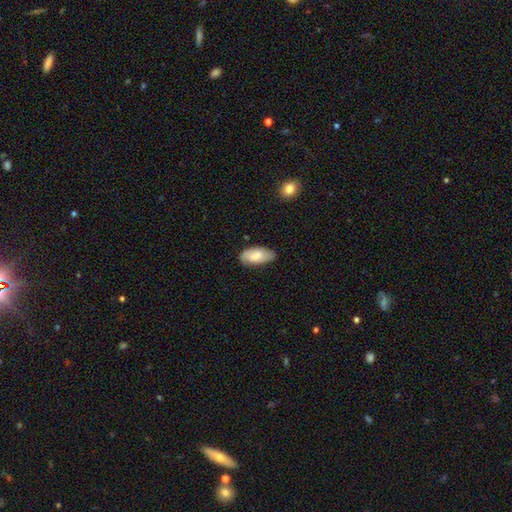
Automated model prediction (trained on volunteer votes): Morphology: type=smooth (74%); roundness=in between (93%); merging=none (73%).